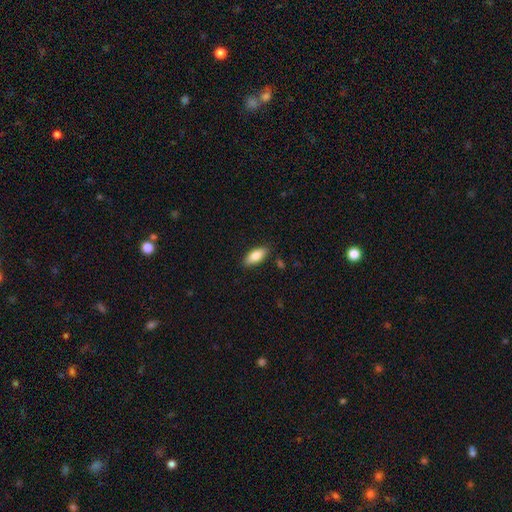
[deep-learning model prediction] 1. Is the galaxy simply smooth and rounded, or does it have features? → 82% smooth, 12% featured or disk, 6% star or artifact.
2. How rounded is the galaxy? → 82% in between, 16% cigar-shaped, 2% round.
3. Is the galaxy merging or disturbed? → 87% none, 10% minor disturbance, 2% major disturbance, 1% merger.